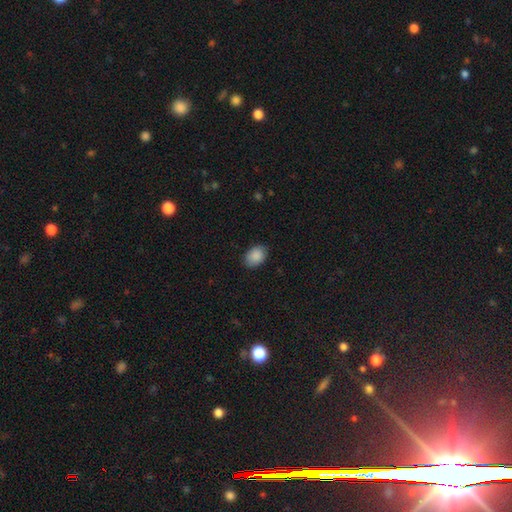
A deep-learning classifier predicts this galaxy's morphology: smooth-or-featured: smooth: 89% | star or artifact: 7% | featured or disk: 4%
  how-rounded: in between: 78% | round: 21% | cigar-shaped: 1%
  merging: none: 85% | minor disturbance: 11% | major disturbance: 2% | merger: 1%